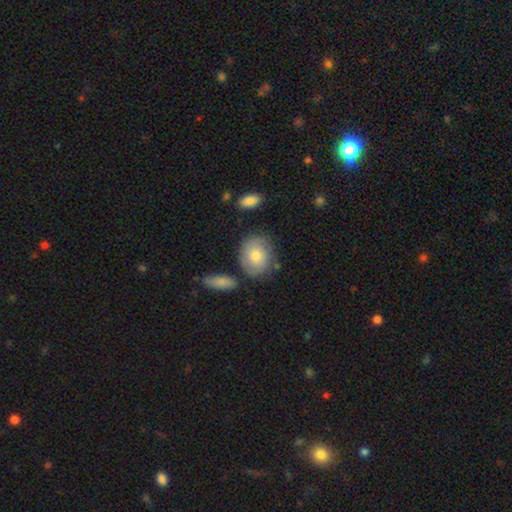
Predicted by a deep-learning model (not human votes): Smooth or featured? Predicted: smooth (p=0.68). How rounded? Predicted: round (p=0.59). Merging? Predicted: none (p=0.70).